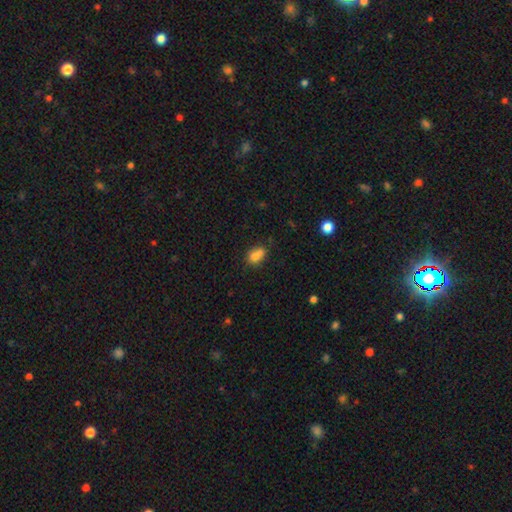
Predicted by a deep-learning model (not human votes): A smooth galaxy with no disk features (76%) that is in between round and cigar-shaped (62%).

Vote fractions:
- Smooth or featured? smooth: 76% / featured or disk: 13% / star or artifact: 11%
- How rounded? in between: 62% / round: 36% / cigar-shaped: 2%
- Merging? none: 42% / merger: 33% / minor disturbance: 20% / major disturbance: 6%